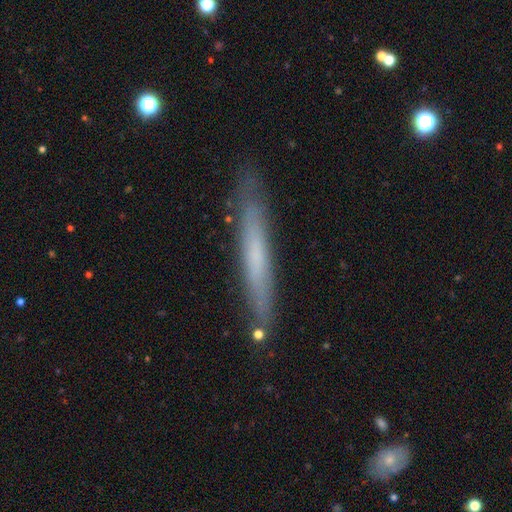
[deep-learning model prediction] Morphology: type=smooth (48%); merging=none (84%).